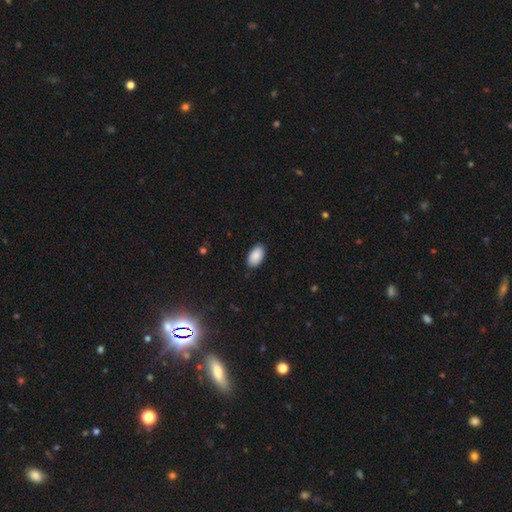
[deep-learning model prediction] smooth 90%, star or artifact 7%, featured or disk 4%. Down the decision tree: how rounded — in between (95%); merging — none (88%).